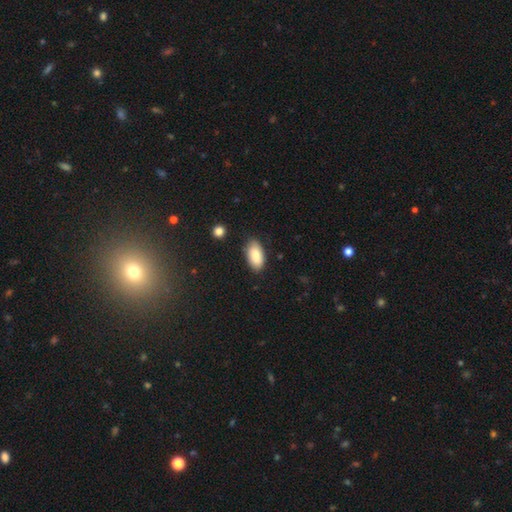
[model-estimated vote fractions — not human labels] Morphology: type=smooth (84%); roundness=in between (94%); merging=none (81%).